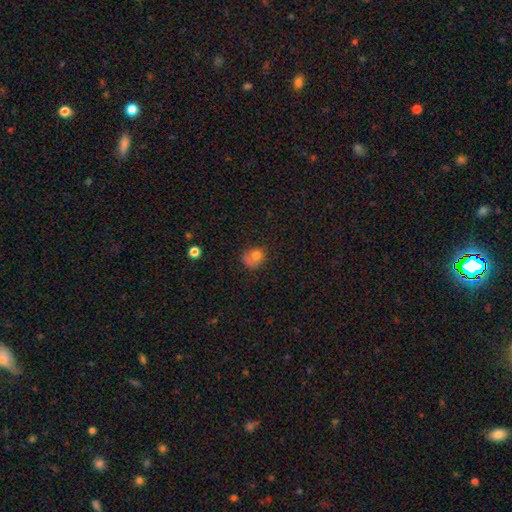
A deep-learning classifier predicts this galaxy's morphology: Smooth or featured: smooth — 74% (featured or disk — 15%)
How rounded: round — 68% (in between — 31%)
Merging: none — 46% (minor disturbance — 29%)